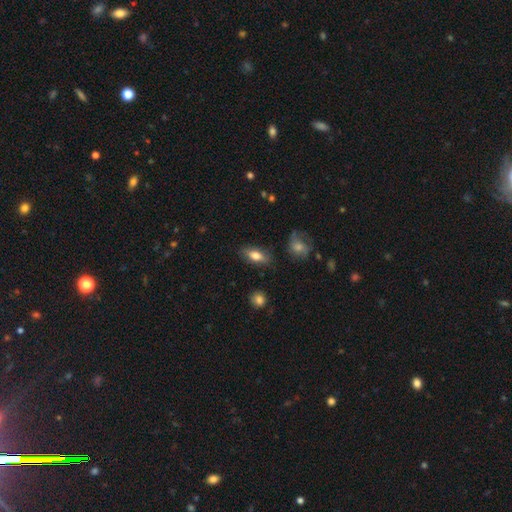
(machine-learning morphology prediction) A smooth galaxy with no disk features (75%) that is in between round and cigar-shaped (81%).

Vote fractions:
- Smooth or featured? smooth: 75% / featured or disk: 18% / star or artifact: 7%
- How rounded? in between: 81% / cigar-shaped: 15% / round: 4%
- Merging? none: 82% / minor disturbance: 13% / major disturbance: 3% / merger: 2%